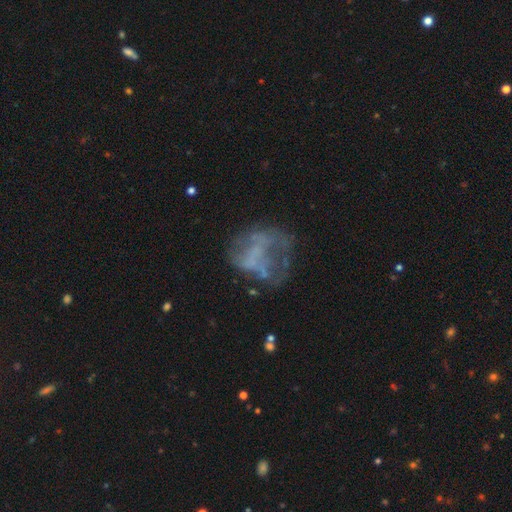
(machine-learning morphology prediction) Smooth or featured?
  - featured or disk: 59% *
  - smooth: 25%
  - star or artifact: 16%
Edge-on disk?
  - no: 98% *
  - yes: 2%
Bar?
  - no: 85% *
  - weak: 11%
  - strong: 4%
Spiral arms?
  - no: 85% *
  - yes: 15%
Bulge size?
  - none: 81% *
  - small: 9%
  - moderate: 6%
  - large: 3%
  - dominant: 1%
Merging?
  - none: 38% *
  - major disturbance: 37%
  - minor disturbance: 19%
  - merger: 6%